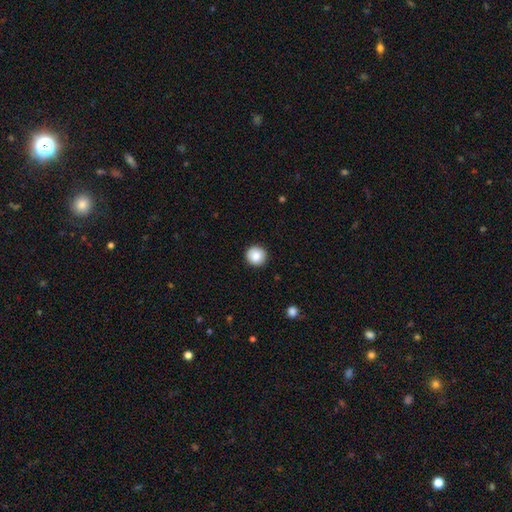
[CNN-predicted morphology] Smooth or featured? smooth (86%)
How rounded? round (94%)
Merging? none (91%)